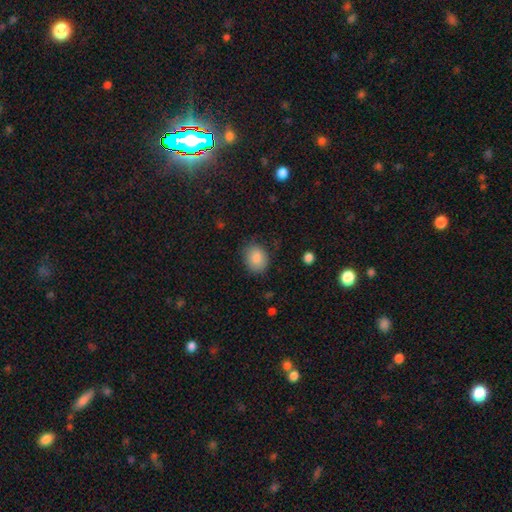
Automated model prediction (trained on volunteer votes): Smooth or featured?
  - smooth: 86% *
  - star or artifact: 8%
  - featured or disk: 6%
How rounded?
  - round: 53% *
  - in between: 46%
  - cigar-shaped: 1%
Merging?
  - none: 79% *
  - minor disturbance: 16%
  - major disturbance: 4%
  - merger: 1%